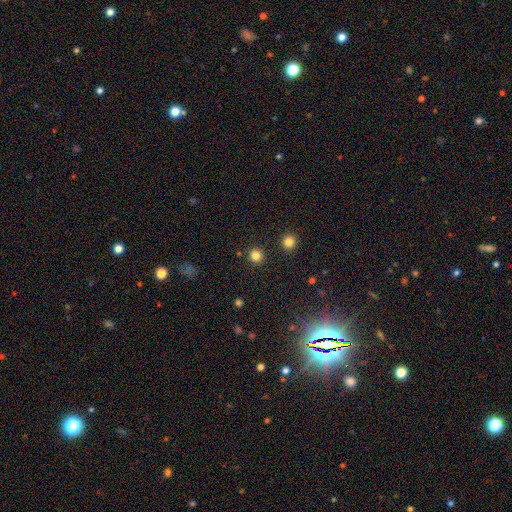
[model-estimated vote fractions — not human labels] Smooth or featured?
  - smooth: 82% *
  - star or artifact: 14%
  - featured or disk: 4%
How rounded?
  - round: 94% *
  - in between: 5%
  - cigar-shaped: 1%
Merging?
  - none: 91% *
  - minor disturbance: 5%
  - merger: 2%
  - major disturbance: 2%